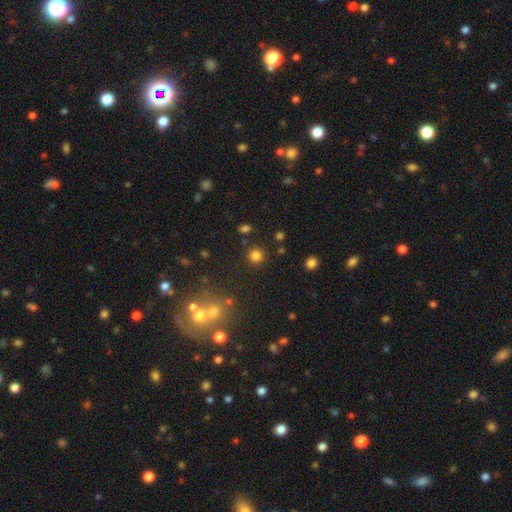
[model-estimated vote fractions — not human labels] This appears to be a smooth galaxy with no disk features (79%) that is round (92%). Merging: none (88%).